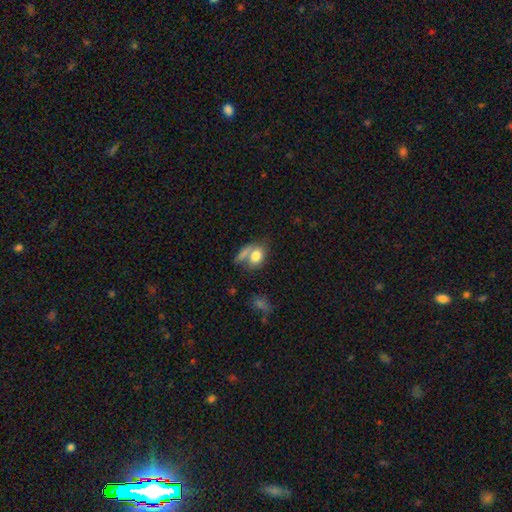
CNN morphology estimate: type=smooth (78%); roundness=in between (73%); merging=merger (39%).